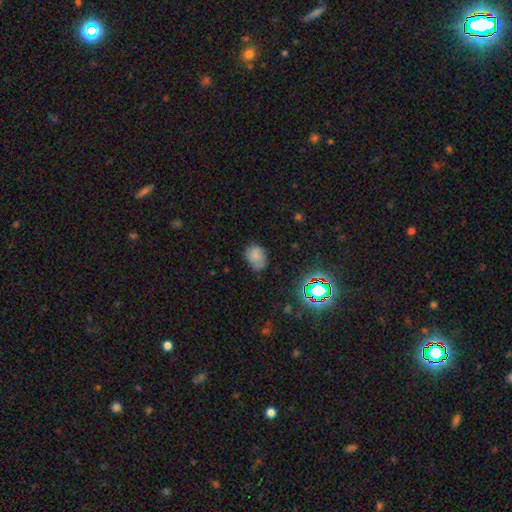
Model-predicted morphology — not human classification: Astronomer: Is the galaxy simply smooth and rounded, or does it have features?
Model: smooth — 73%.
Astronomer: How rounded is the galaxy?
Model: in between — 61% (runner-up: round, 38%).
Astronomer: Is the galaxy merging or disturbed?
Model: none — 61%.